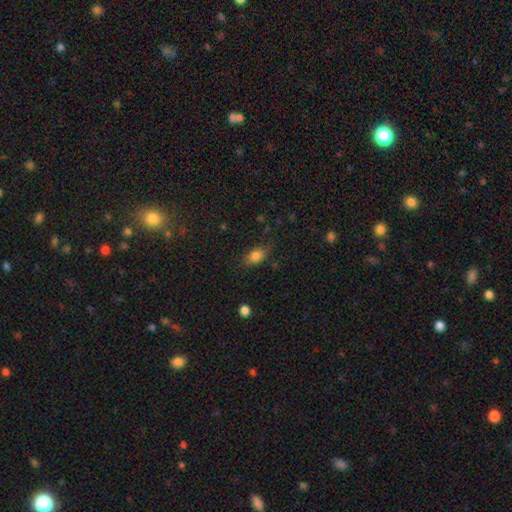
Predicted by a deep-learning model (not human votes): This is likely a smooth galaxy (78%). How rounded: clearly in between (81%). Merging: likely none (78%).